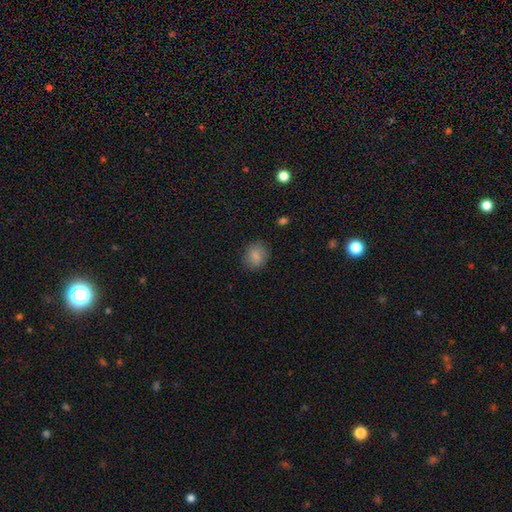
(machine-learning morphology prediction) type=smooth (85%); roundness=round (70%); merging=none (84%).